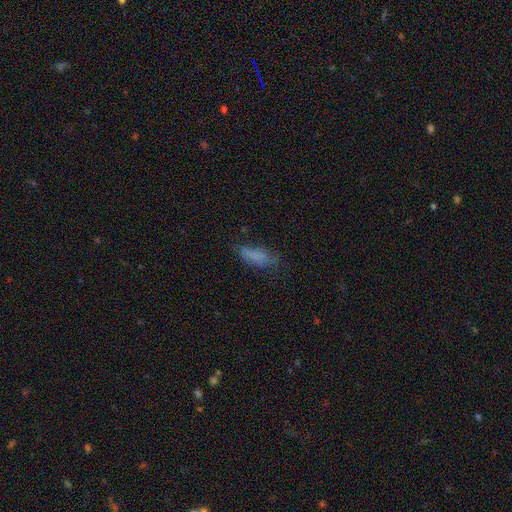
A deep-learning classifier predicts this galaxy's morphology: smooth_or_featured: smooth (p=0.74) [alt: featured or disk p=0.14]
how_rounded: in between (p=0.61) [alt: cigar-shaped p=0.36]
merging: none (p=0.55) [alt: minor disturbance p=0.28]